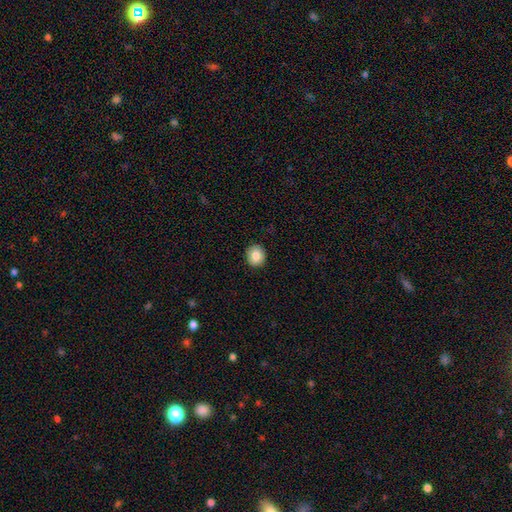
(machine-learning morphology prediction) A smooth galaxy with no disk features (81%) that is round (85%). Merging: none (91%).